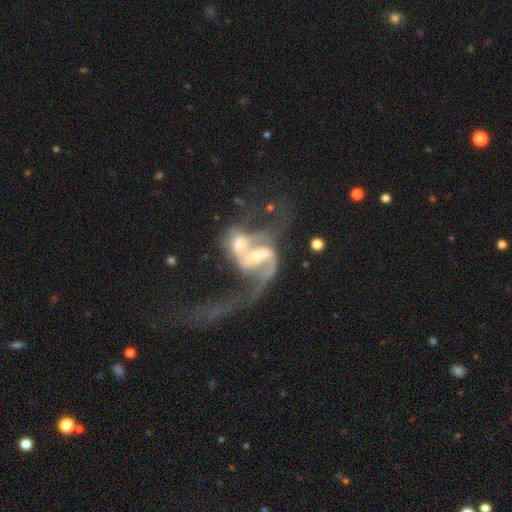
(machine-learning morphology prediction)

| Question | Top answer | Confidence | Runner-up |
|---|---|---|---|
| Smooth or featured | featured or disk | 83% | smooth (9%) |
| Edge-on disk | no | 96% | yes (4%) |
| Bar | weak | 39% | strong (35%) |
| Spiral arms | yes | 86% | no (14%) |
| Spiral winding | loose | 68% | medium (24%) |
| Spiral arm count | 2 | 71% | 1 (14%) |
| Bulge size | moderate | 43% | small (34%) |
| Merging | merger | 65% | major disturbance (19%) |